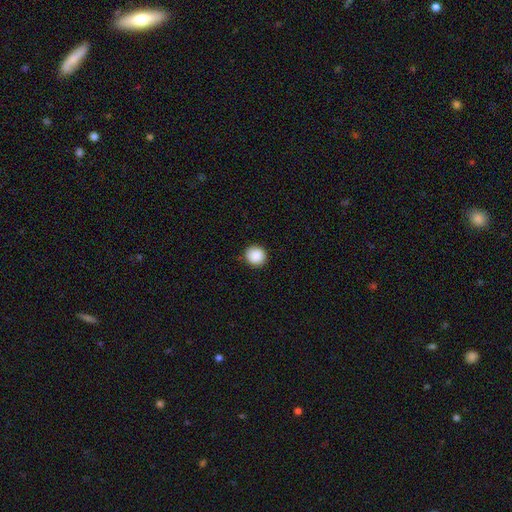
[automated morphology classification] A smooth galaxy with no disk features (88%) that is round (92%).

Vote fractions:
- Smooth or featured? smooth: 88% / star or artifact: 8% / featured or disk: 3%
- How rounded? round: 92% / in between: 7% / cigar-shaped: 1%
- Merging? none: 90% / minor disturbance: 7% / major disturbance: 2% / merger: 1%